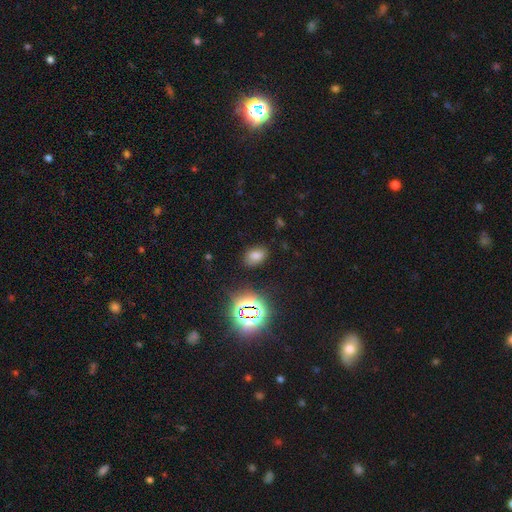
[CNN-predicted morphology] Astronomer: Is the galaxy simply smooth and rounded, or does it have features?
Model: smooth — 69%.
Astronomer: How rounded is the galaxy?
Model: in between — 82%.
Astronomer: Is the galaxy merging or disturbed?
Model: none — 82%.